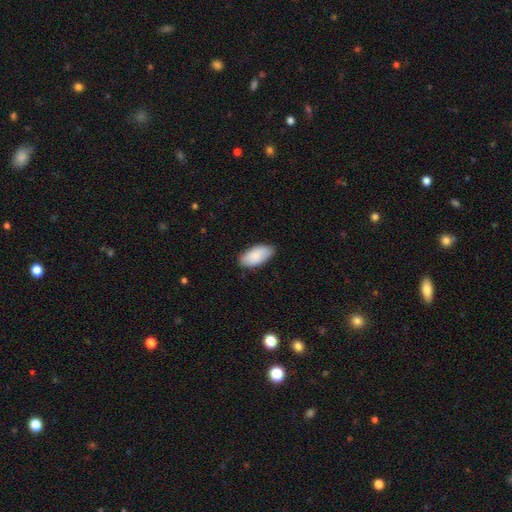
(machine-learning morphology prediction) Smooth or featured: smooth — 86% (featured or disk — 9%)
How rounded: in between — 94% (cigar-shaped — 4%)
Merging: none — 83% (minor disturbance — 14%)